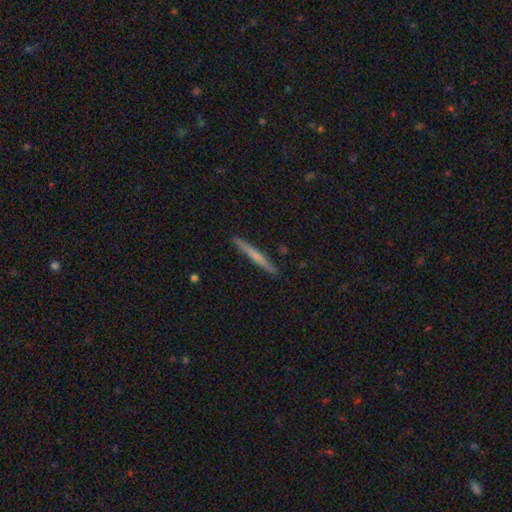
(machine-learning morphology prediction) Smooth or featured? Predicted: smooth (p=0.52). How rounded? Predicted: cigar-shaped (p=0.96). Merging? Predicted: none (p=0.90).